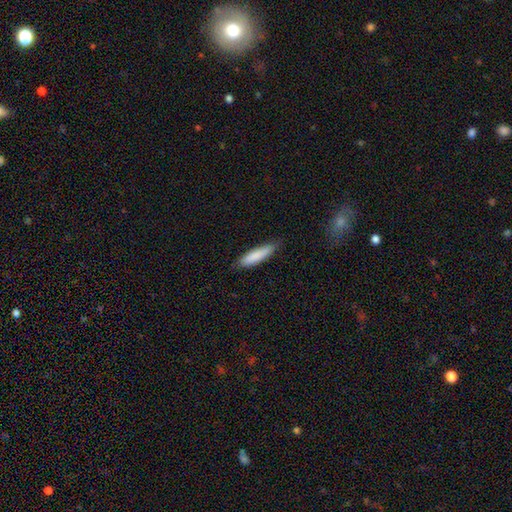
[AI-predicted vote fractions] This appears to be a smooth galaxy with no disk features (85%) that is cigar-shaped (74%). Merging: none (82%).